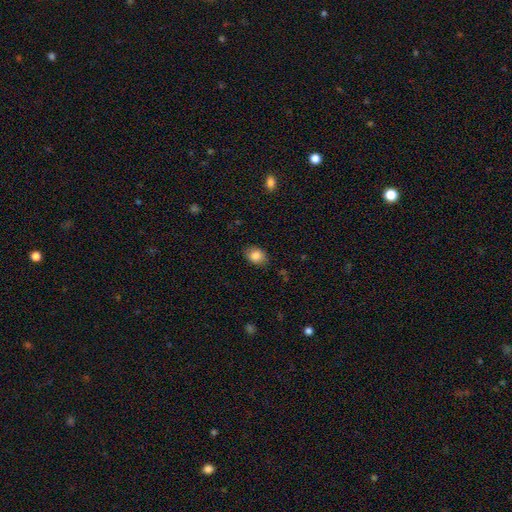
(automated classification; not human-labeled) Smooth or featured? smooth (86%)
How rounded? in between (68%)
Merging? none (84%)